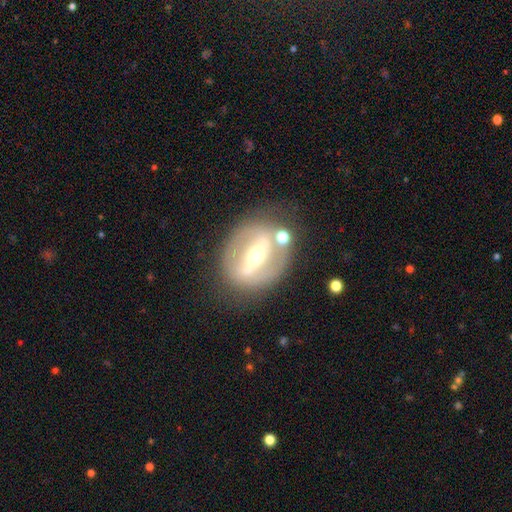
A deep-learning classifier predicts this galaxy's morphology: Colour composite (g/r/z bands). It shows a featured or disk galaxy (76%) with a strong bar (72%), no spiral arms (67%) and a moderate central bulge (65%). Merging: none (74%).